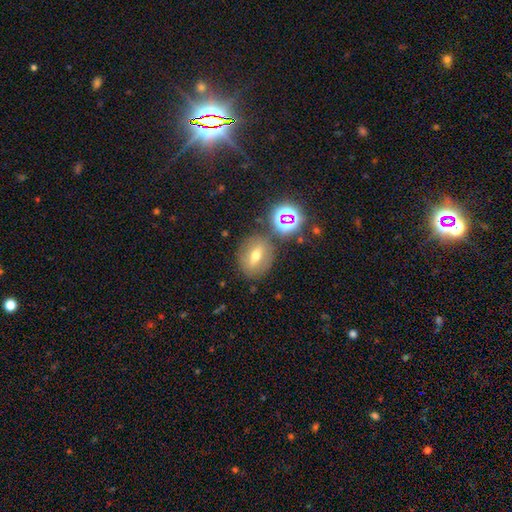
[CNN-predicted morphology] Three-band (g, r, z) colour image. It shows a smooth galaxy with no disk features (48%). Merging: none (74%).